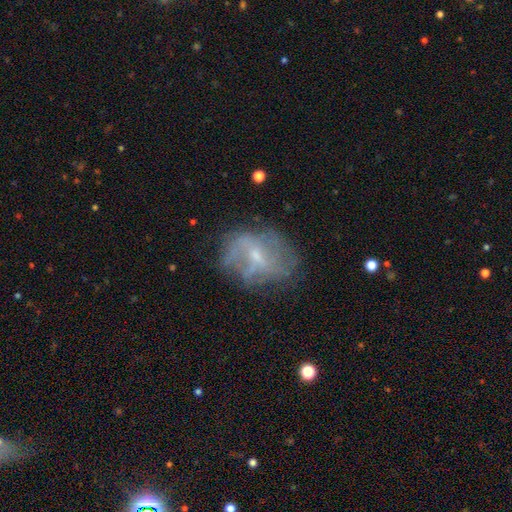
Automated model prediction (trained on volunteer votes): smooth_or_featured: featured or disk (p=0.63) [alt: smooth p=0.27]
disk_edge_on: no (p=0.97) [alt: yes p=0.03]
bar: weak (p=0.47) [alt: no p=0.43]
has_spiral_arms: yes (p=0.54) [alt: no p=0.46]
bulge_size: small (p=0.58) [alt: moderate p=0.29]
merging: none (p=0.55) [alt: minor disturbance p=0.24]